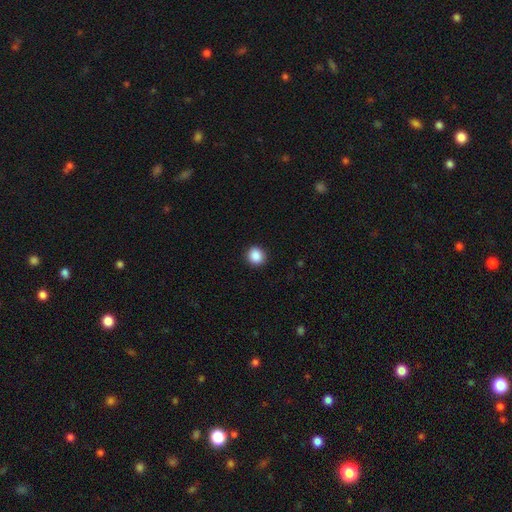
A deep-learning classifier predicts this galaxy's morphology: Overall: smooth (88%). How rounded: round (87%). Merging: none (91%).